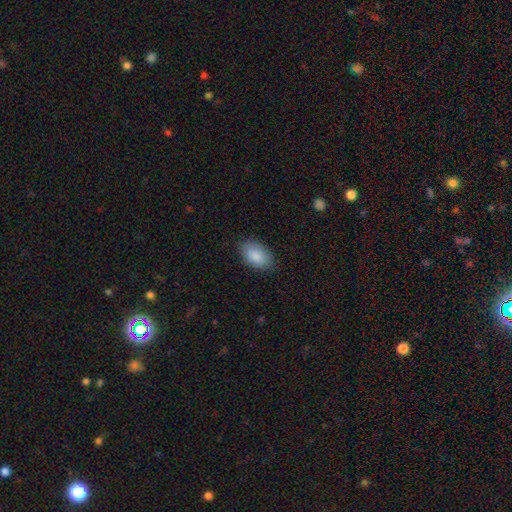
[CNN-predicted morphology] Smooth or featured?
  - smooth: 88% *
  - star or artifact: 6%
  - featured or disk: 6%
How rounded?
  - in between: 94% *
  - round: 5%
  - cigar-shaped: 2%
Merging?
  - none: 82% *
  - minor disturbance: 14%
  - major disturbance: 3%
  - merger: 1%